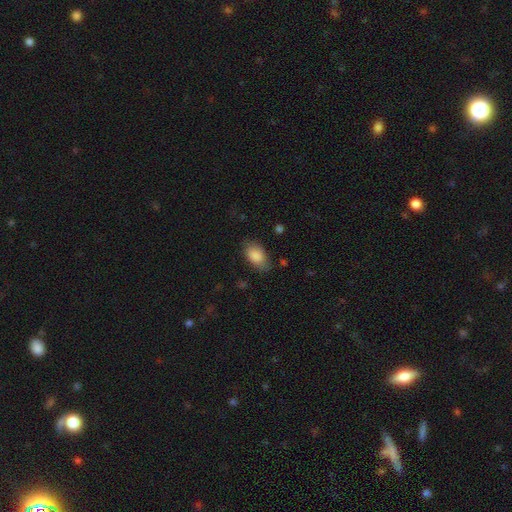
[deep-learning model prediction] The model was most divided on "merging": none: 74%, minor disturbance: 19%, major disturbance: 5%, merger: 1%. More confident: how rounded — in between (92%); smooth or featured — smooth (87%).